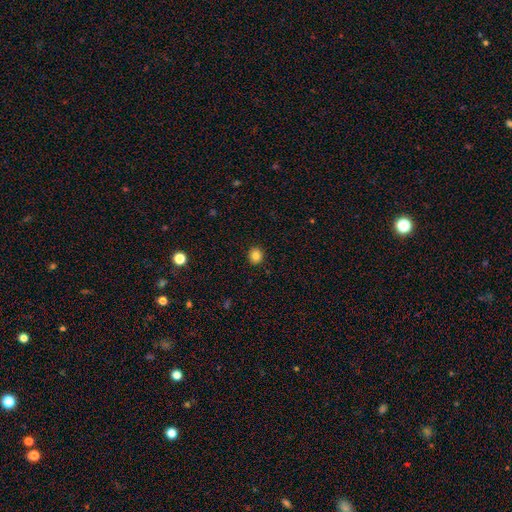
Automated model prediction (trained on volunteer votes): Overall: smooth (84%). How rounded: round (82%). Merging: none (91%).